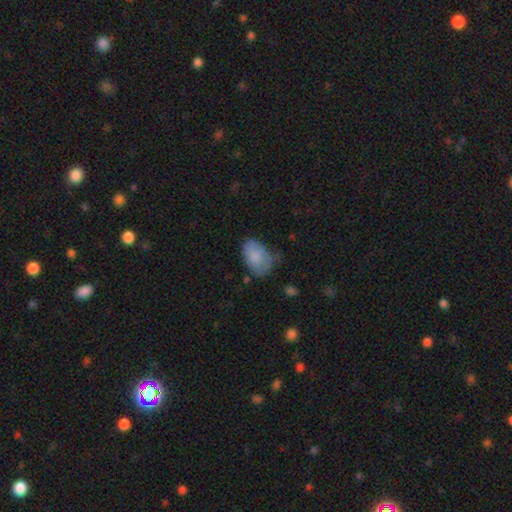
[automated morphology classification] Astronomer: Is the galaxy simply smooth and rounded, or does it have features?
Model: smooth — 81%.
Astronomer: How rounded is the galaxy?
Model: in between — 89%.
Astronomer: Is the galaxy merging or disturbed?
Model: none — 51% (runner-up: minor disturbance, 34%).